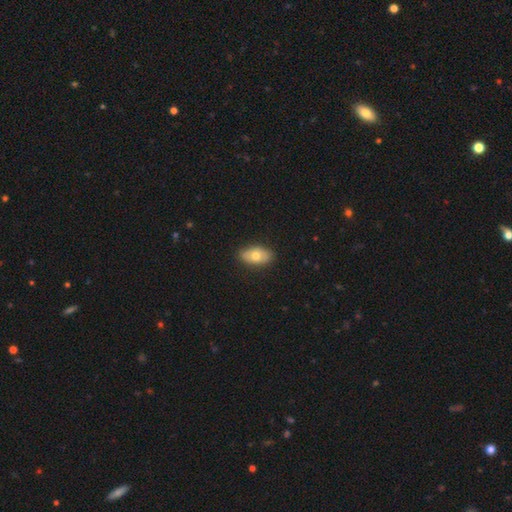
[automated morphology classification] Smooth or featured?
  - smooth: 70% *
  - featured or disk: 24%
  - star or artifact: 7%
How rounded?
  - in between: 90% *
  - round: 6%
  - cigar-shaped: 4%
Merging?
  - none: 85% *
  - minor disturbance: 12%
  - major disturbance: 2%
  - merger: 1%